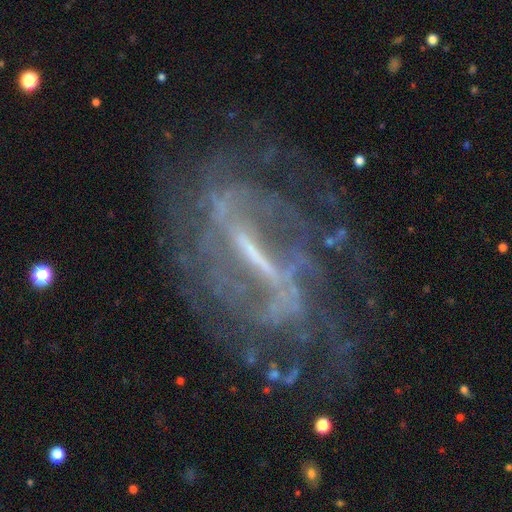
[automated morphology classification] smooth-or-featured: featured or disk: 86% | star or artifact: 8% | smooth: 6%
  disk-edge-on: no: 91% | yes: 9%
    bar: strong: 69% | weak: 24% | no: 8%
    has-spiral-arms: yes: 84% | no: 16%
      spiral-winding: tight: 46% | medium: 36% | loose: 18%
      spiral-arm-count: can't tell: 45% | 2: 28% | 3: 9% | 4: 7% | more than 4: 5% | 1: 5%
    bulge-size: small: 45% | none: 28% | moderate: 22% | large: 3% | dominant: 1%
  merging: none: 64% | minor disturbance: 18% | major disturbance: 16% | merger: 3%